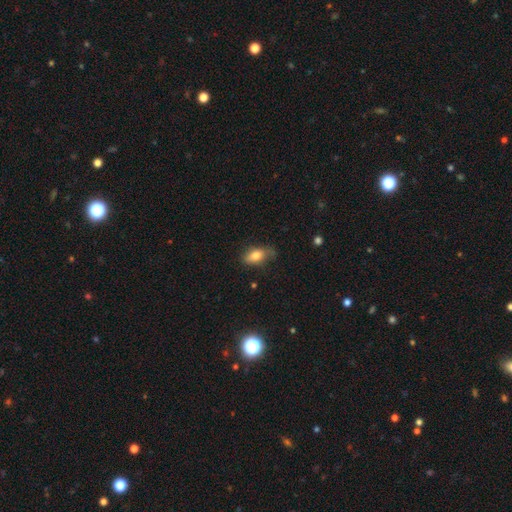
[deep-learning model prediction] A smooth galaxy with no disk features (79%) that is in between round and cigar-shaped (86%). Merging: none (64%).